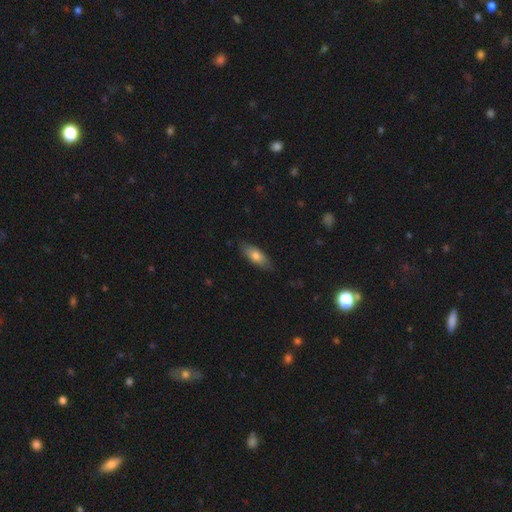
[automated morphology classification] type=smooth (74%); roundness=in between (74%); merging=none (82%).